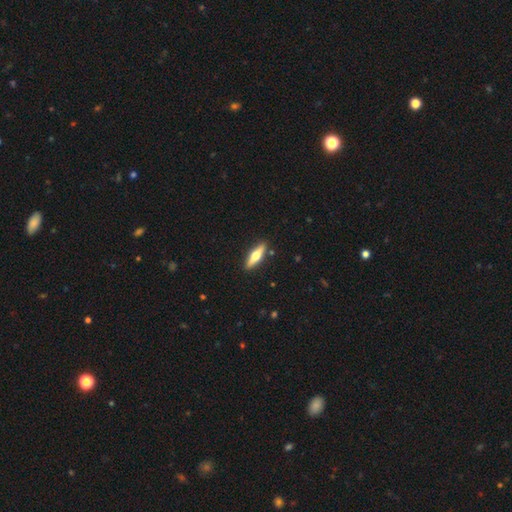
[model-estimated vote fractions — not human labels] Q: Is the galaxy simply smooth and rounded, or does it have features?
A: featured or disk — 52%.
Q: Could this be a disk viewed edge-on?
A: yes — 93%.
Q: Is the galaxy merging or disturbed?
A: none — 89%.